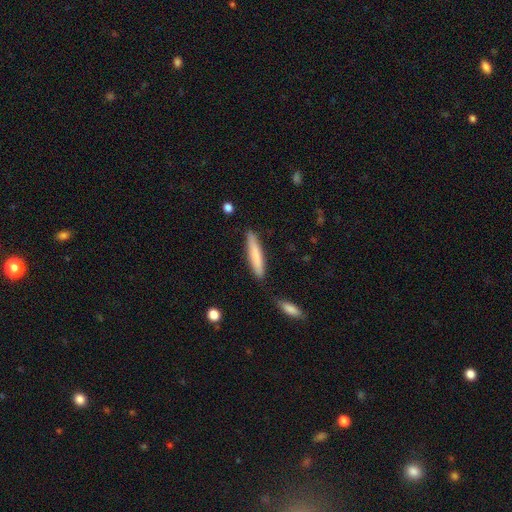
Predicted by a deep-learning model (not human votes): The model was most divided on "smooth or featured": smooth: 79%, featured or disk: 16%, star or artifact: 5%. More confident: how rounded — cigar-shaped (90%); merging — none (84%).